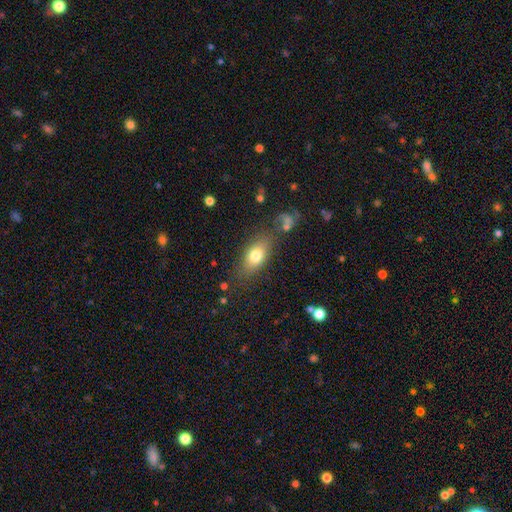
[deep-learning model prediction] Smooth or featured? Predicted: smooth (p=0.75). How rounded? Predicted: in between (p=0.81). Merging? Predicted: none (p=0.72).